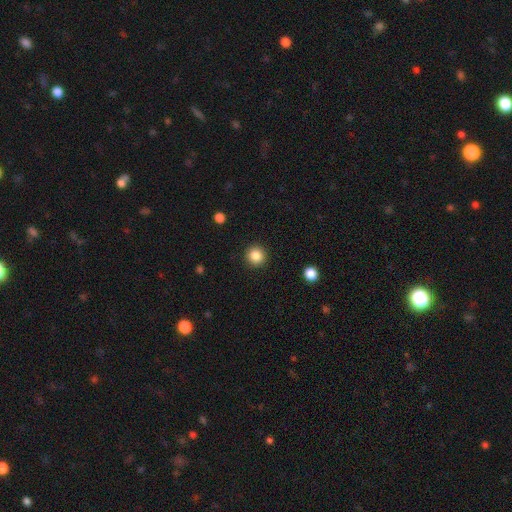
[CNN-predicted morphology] Smooth or featured: smooth — 85% (star or artifact — 10%)
How rounded: round — 94% (in between — 5%)
Merging: none — 92% (minor disturbance — 5%)